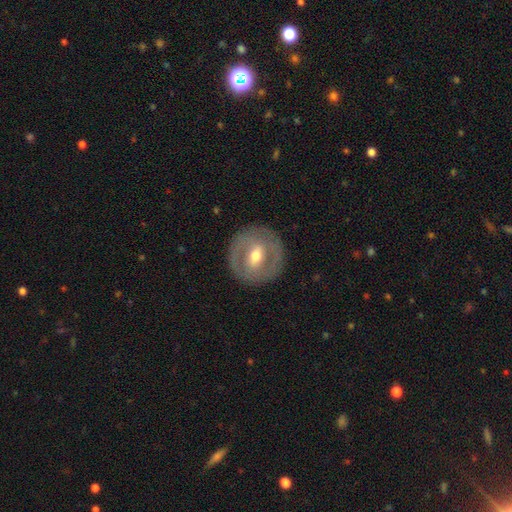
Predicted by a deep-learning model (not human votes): A featured or disk galaxy (65%) with a weak bar (43%), no spiral arms (63%) and a moderate central bulge (69%).

Vote fractions:
- Smooth or featured? featured or disk: 65% / smooth: 30% / star or artifact: 6%
- Edge-on disk? no: 93% / yes: 7%
- Bar? weak: 43% / strong: 37% / no: 20%
- Spiral arms? no: 63% / yes: 37%
- Bulge size? moderate: 69% / small: 24% / large: 5% / none: 1% / dominant: 1%
- Merging? none: 85% / minor disturbance: 9% / major disturbance: 4% / merger: 1%